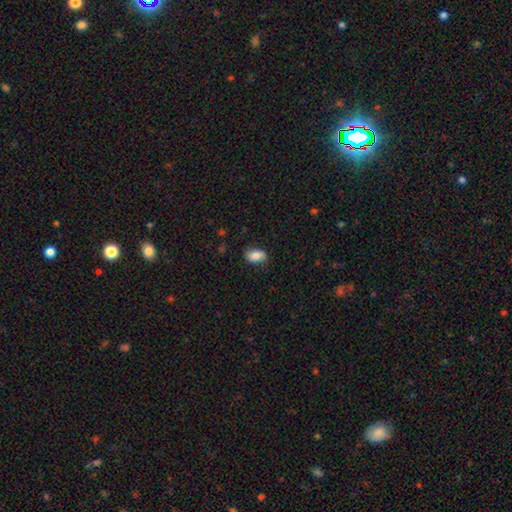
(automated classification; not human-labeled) Overall: smooth (80%). How rounded: in between (90%). Merging: none (81%).